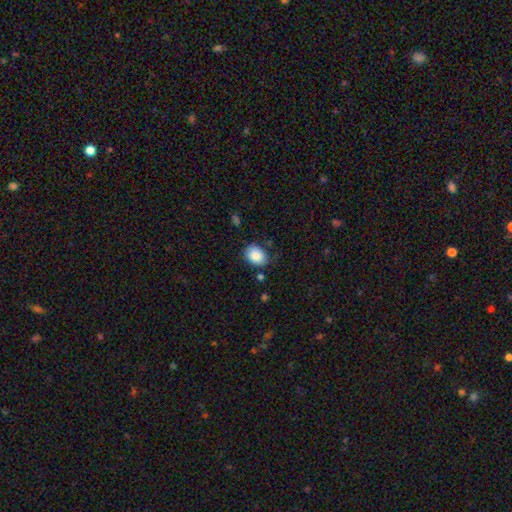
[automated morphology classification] type=smooth (85%); roundness=in between (67%); merging=none (74%).